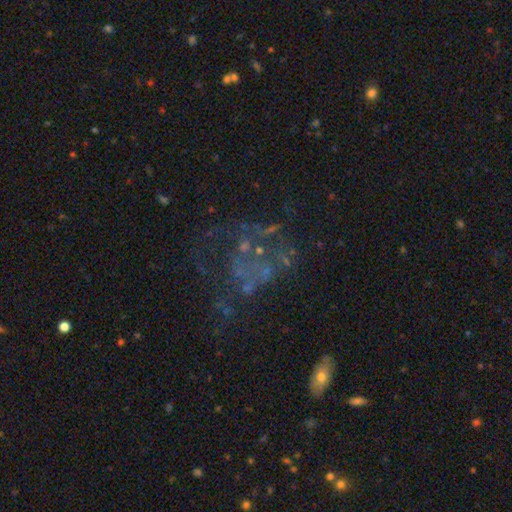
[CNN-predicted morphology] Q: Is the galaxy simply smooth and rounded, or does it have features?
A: featured or disk — 49%.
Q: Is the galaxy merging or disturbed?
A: none — 44%.